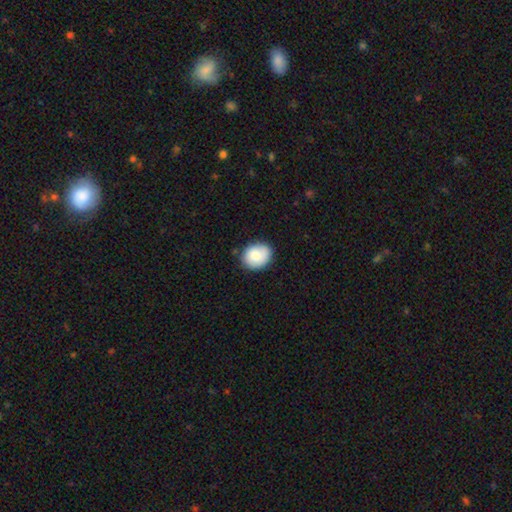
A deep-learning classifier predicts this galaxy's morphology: type=smooth (83%); roundness=round (59%); merging=none (79%).